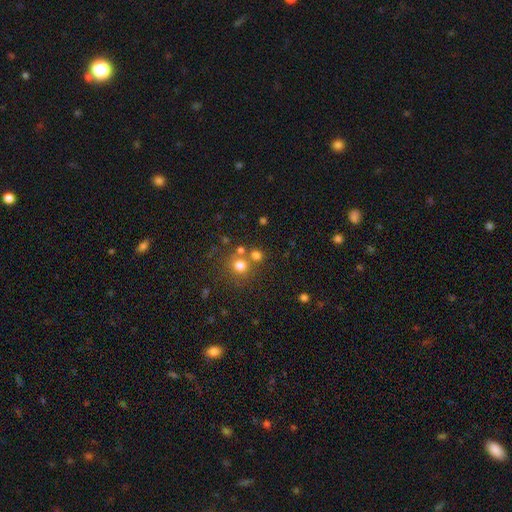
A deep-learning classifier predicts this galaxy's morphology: type=smooth (71%); roundness=round (87%); merging=none (63%).